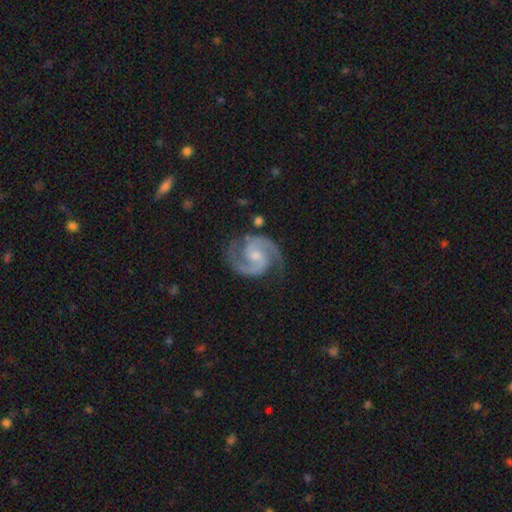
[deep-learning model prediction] A featured or disk galaxy (93%) with no bar (50%), 2 (93%) medium (60%) spiral arms (99%) and a small central bulge (57%). Merging: none (79%).